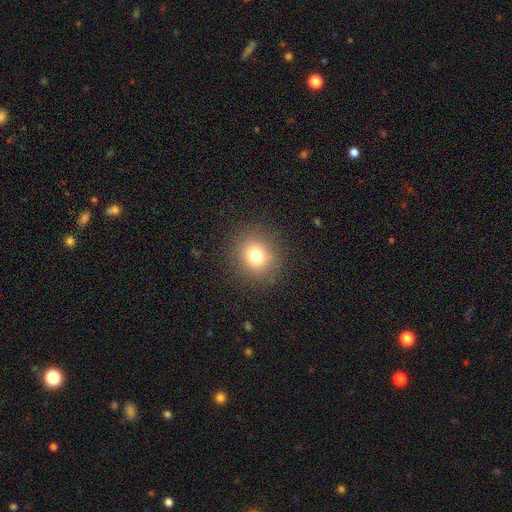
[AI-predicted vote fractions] Q: Smooth or featured?
A: smooth (76%); runner-up: star or artifact (14%)
Q: How rounded?
A: round (88%); runner-up: in between (11%)
Q: Merging?
A: none (88%); runner-up: minor disturbance (7%)